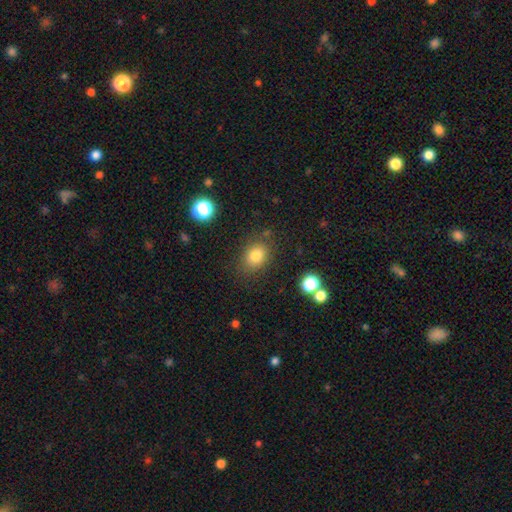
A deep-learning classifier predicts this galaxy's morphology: A smooth galaxy with no disk features (80%) that is in between round and cigar-shaped (56%). Merging: none (80%).